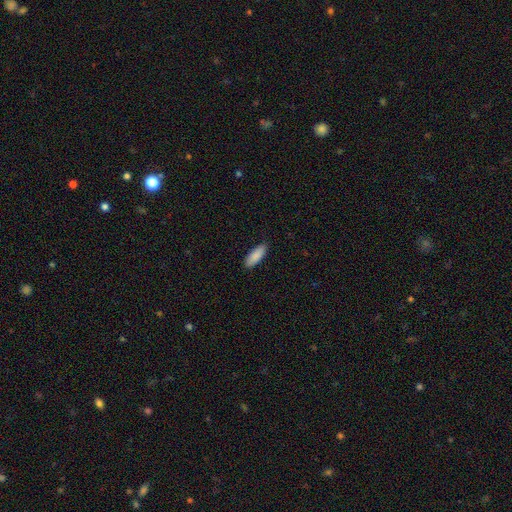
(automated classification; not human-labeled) Morphology: type=smooth (89%); roundness=in between (67%); merging=none (88%).